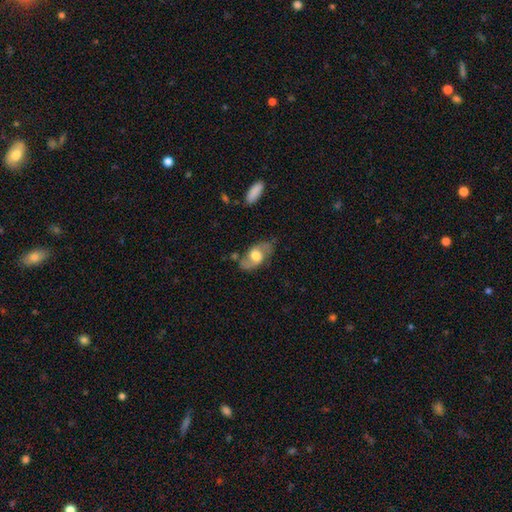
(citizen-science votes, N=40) Smooth or featured: featured or disk — 62% (smooth — 35%)
Edge-on disk: yes — 56% (no — 44%)
Edge-on bulge: rounded — 86% (boxy — 7%)
Merging: none — 74% (minor disturbance — 23%)